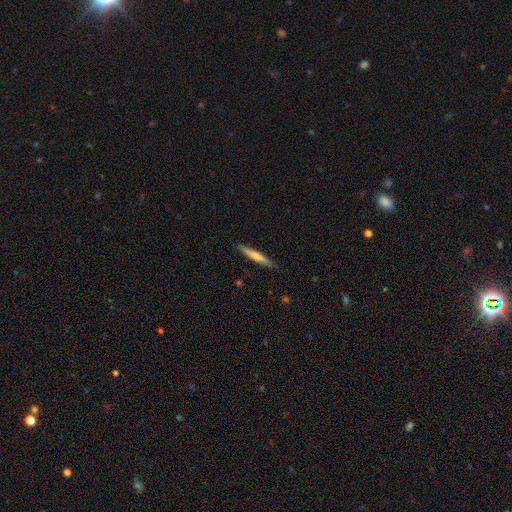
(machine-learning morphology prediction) Smooth or featured? smooth (60%)
How rounded? cigar-shaped (94%)
Merging? none (87%)